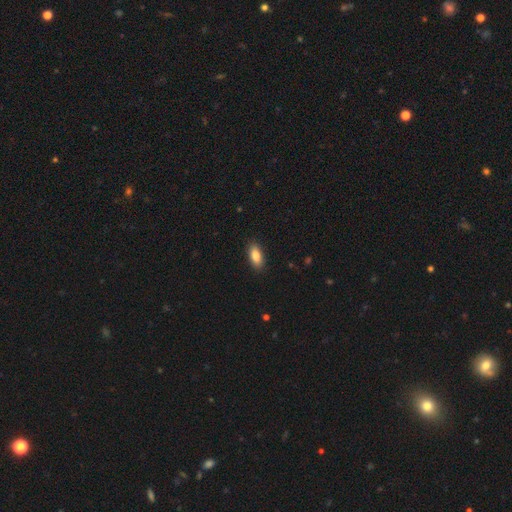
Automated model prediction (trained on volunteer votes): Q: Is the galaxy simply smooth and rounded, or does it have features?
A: smooth — 85%.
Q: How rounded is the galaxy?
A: in between — 89%.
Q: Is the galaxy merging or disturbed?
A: none — 89%.